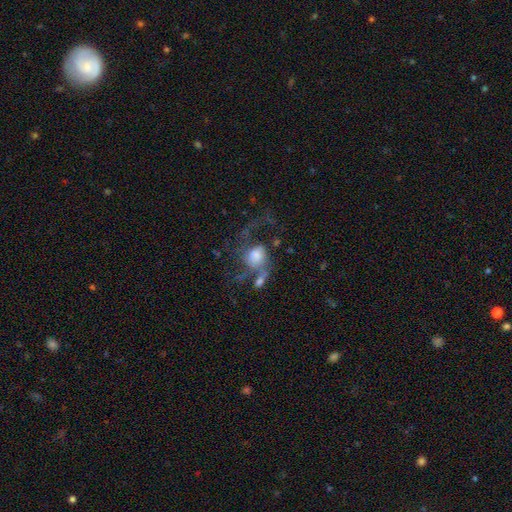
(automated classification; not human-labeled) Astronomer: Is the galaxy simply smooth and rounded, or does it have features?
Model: featured or disk — 64%.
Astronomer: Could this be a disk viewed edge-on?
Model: no — 96%.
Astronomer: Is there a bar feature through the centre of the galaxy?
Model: no — 73%.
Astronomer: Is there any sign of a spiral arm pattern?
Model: yes — 80%.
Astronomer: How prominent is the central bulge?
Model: moderate — 34% (runner-up: large, 33%).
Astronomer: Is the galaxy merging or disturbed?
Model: major disturbance — 37% (runner-up: none, 31%).